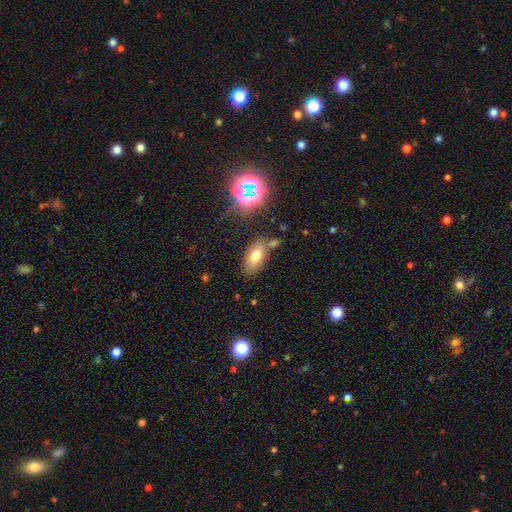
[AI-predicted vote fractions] Q: Smooth or featured?
A: smooth (69%); runner-up: star or artifact (16%)
Q: How rounded?
A: in between (88%); runner-up: round (6%)
Q: Merging?
A: none (66%); runner-up: minor disturbance (17%)